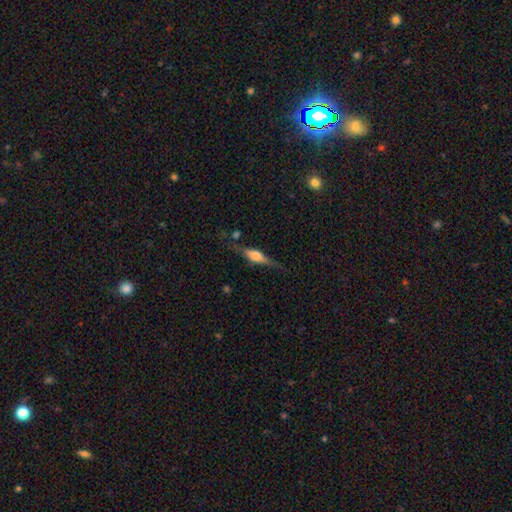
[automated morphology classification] Q: Smooth or featured?
A: featured or disk (65%); runner-up: smooth (28%)
Q: Edge-on disk?
A: yes (96%); runner-up: no (4%)
Q: Edge-on bulge?
A: rounded (79%); runner-up: boxy (17%)
Q: Merging?
A: none (76%); runner-up: minor disturbance (16%)